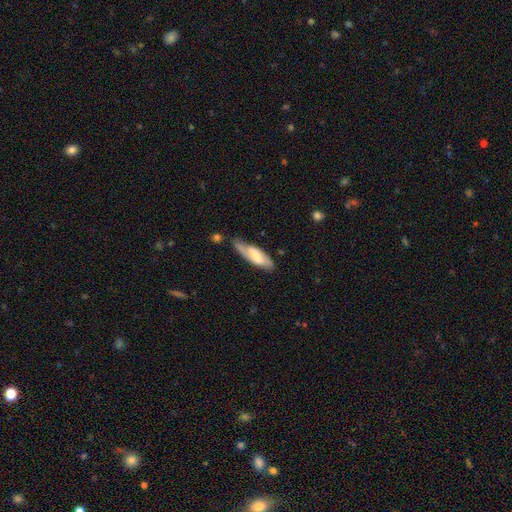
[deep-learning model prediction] Smooth or featured?
  - featured or disk: 47% * (tied)
  - smooth: 47% * (tied)
  - star or artifact: 6%
Merging?
  - none: 63% *
  - minor disturbance: 26%
  - major disturbance: 8%
  - merger: 4%